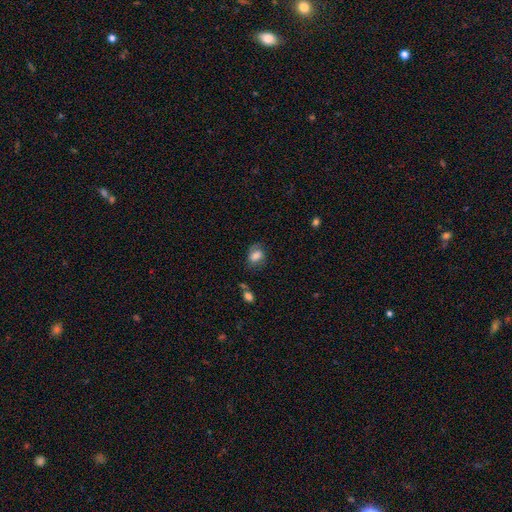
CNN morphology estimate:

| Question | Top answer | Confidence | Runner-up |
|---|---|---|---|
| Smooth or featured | smooth | 74% | featured or disk (17%) |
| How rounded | in between | 64% | round (35%) |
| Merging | none | 64% | minor disturbance (23%) |